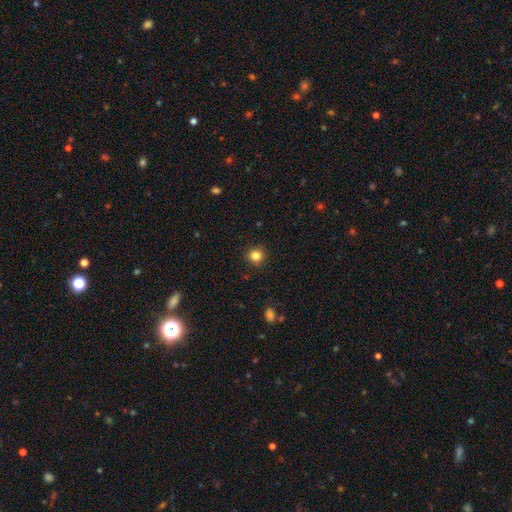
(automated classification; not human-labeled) Smooth or featured?
  - smooth: 84% *
  - star or artifact: 12%
  - featured or disk: 5%
How rounded?
  - round: 92% *
  - in between: 7%
  - cigar-shaped: 1%
Merging?
  - none: 91% *
  - minor disturbance: 6%
  - major disturbance: 2%
  - merger: 1%